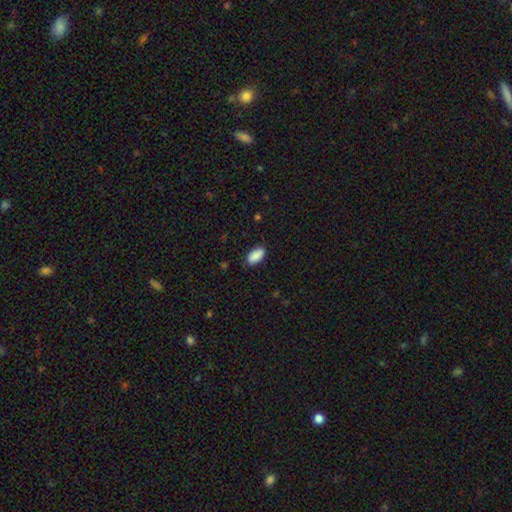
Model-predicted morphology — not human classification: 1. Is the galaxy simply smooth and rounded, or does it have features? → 89% smooth, 7% star or artifact, 4% featured or disk.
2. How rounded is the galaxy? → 91% in between, 6% cigar-shaped, 2% round.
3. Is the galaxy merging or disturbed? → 84% none, 12% minor disturbance, 2% major disturbance, 1% merger.